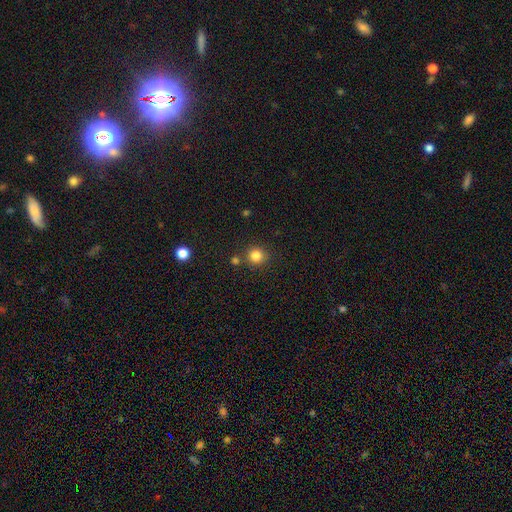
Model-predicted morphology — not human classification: This appears to be a smooth galaxy with no disk features (83%) that is round (92%). Merging: none (82%).